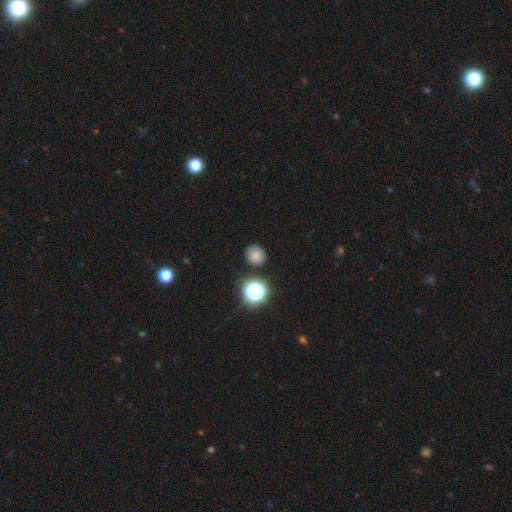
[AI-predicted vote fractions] A smooth galaxy with no disk features (74%) that is round (81%).

Vote fractions:
- Smooth or featured? smooth: 74% / star or artifact: 18% / featured or disk: 9%
- How rounded? round: 81% / in between: 18% / cigar-shaped: 1%
- Merging? none: 83% / minor disturbance: 11% / merger: 3% / major disturbance: 3%